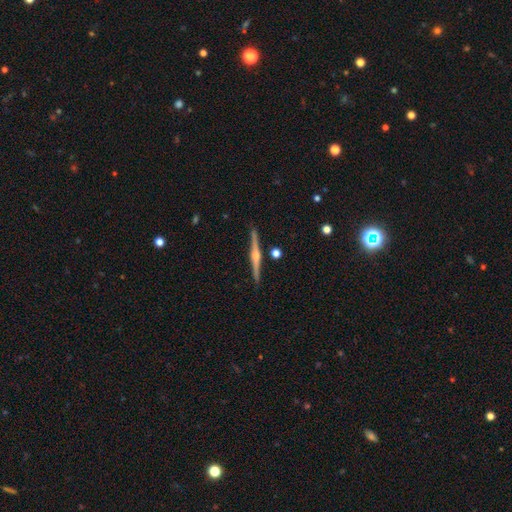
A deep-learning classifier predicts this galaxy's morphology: type=featured or disk (83%); edge-on=yes (99%); edge-on bulge=rounded (87%); merging=none (91%).